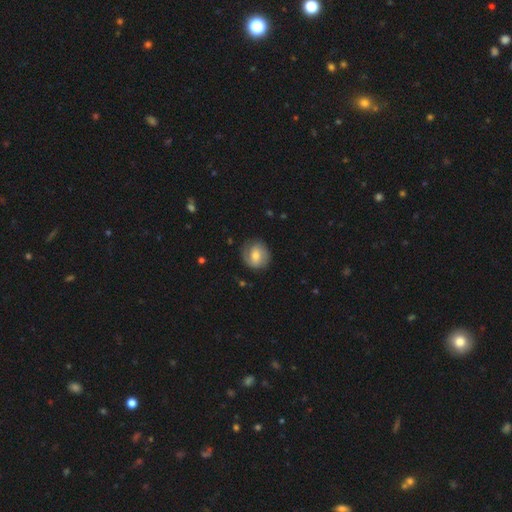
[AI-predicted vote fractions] Smooth or featured? Predicted: smooth (p=0.53). How rounded? Predicted: round (p=0.80). Merging? Predicted: none (p=0.78).